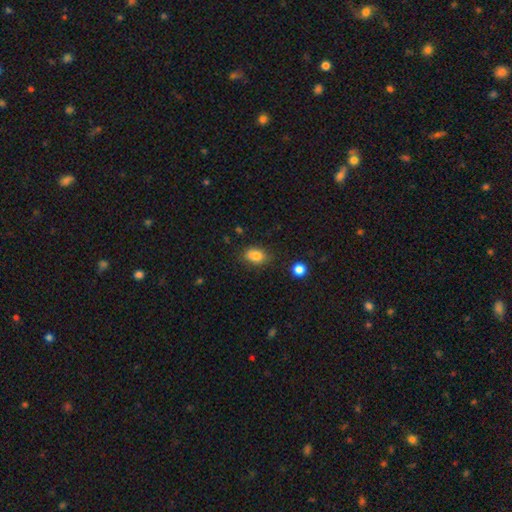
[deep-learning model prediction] Morphology: type=smooth (82%); roundness=in between (76%); merging=none (76%).